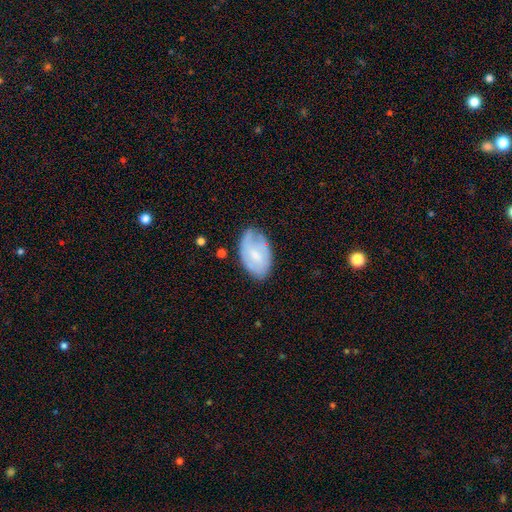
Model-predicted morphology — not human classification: Smooth or featured? smooth (49%)
Merging? none (61%)